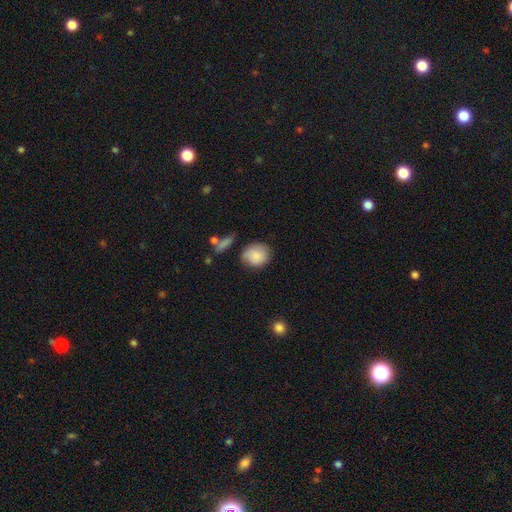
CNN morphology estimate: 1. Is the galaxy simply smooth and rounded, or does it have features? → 84% smooth, 9% featured or disk, 7% star or artifact.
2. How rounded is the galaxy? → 72% round, 26% in between, 1% cigar-shaped.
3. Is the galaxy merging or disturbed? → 67% none, 22% minor disturbance, 6% major disturbance, 4% merger.